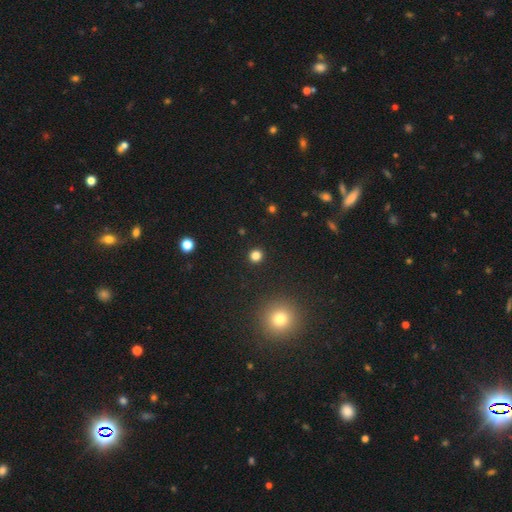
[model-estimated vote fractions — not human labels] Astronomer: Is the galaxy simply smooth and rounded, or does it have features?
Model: smooth — 81%.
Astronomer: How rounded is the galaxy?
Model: round — 92%.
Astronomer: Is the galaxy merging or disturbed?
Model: none — 92%.